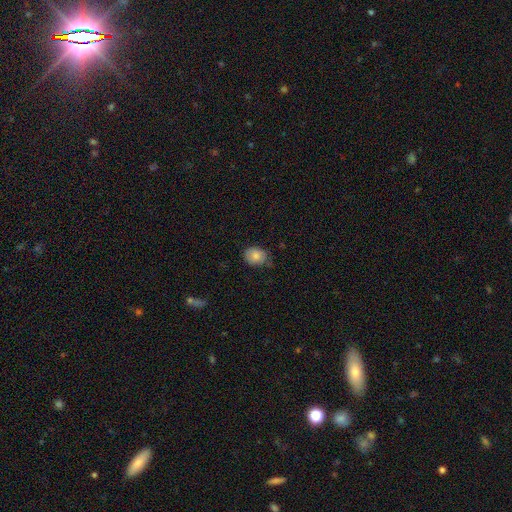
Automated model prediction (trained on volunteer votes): This appears to be a smooth galaxy with no disk features (81%) that is in between round and cigar-shaped (58%). Merging: none (66%).